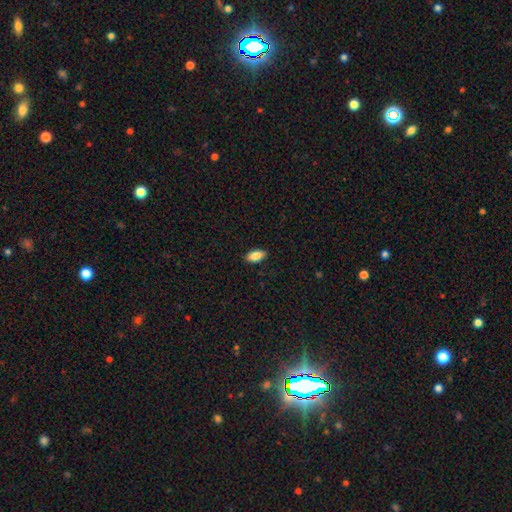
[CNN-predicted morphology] Overall: smooth (85%). How rounded: in between (90%). Merging: none (88%).